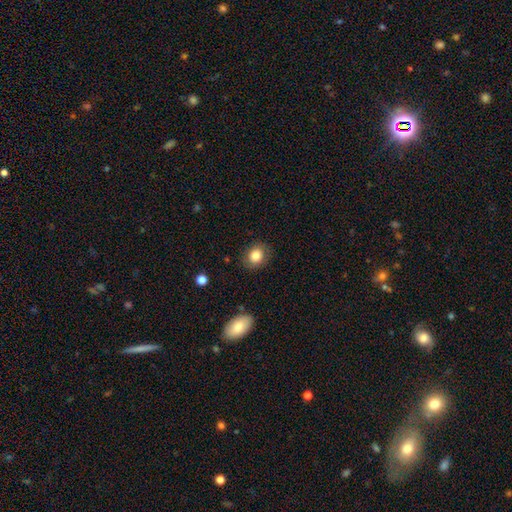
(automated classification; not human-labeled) Smooth or featured? Predicted: smooth (p=0.82). How rounded? Predicted: round (p=0.59). Merging? Predicted: none (p=0.83).